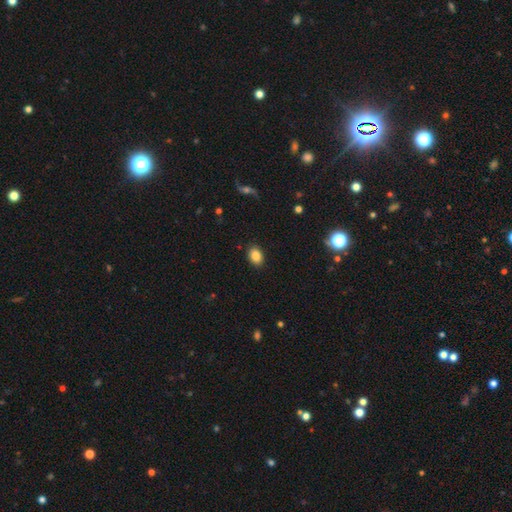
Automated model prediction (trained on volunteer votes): Q: Smooth or featured?
A: smooth (85%); runner-up: star or artifact (10%)
Q: How rounded?
A: in between (76%); runner-up: round (23%)
Q: Merging?
A: none (88%); runner-up: minor disturbance (9%)